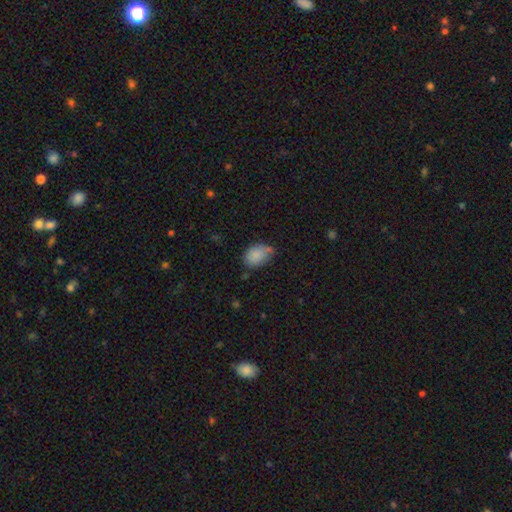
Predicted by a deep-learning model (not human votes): This appears to be a smooth galaxy with no disk features (85%) that is in between round and cigar-shaped (81%). Merging: none (56%).